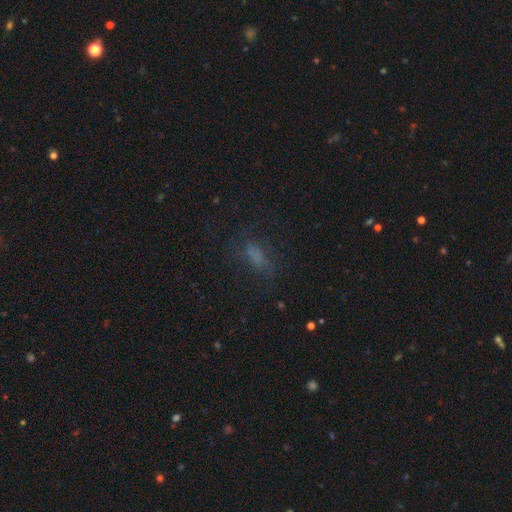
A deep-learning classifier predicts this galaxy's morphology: This appears to be a smooth galaxy with no disk features (54%) that is in between round and cigar-shaped (69%). Merging: none (60%).